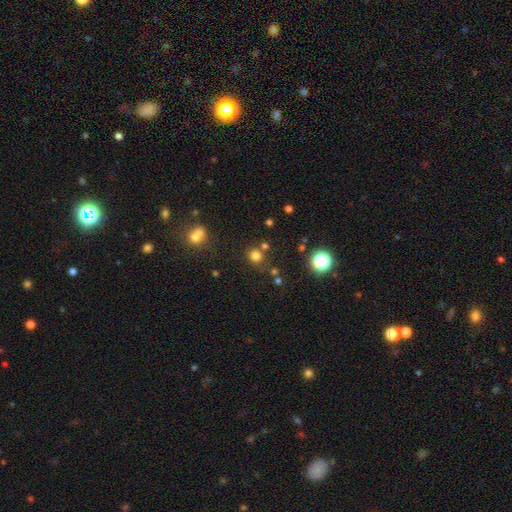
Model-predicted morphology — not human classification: The model was most divided on "smooth or featured": smooth: 74%, star or artifact: 20%, featured or disk: 6%. More confident: how rounded — round (91%); merging — none (76%).